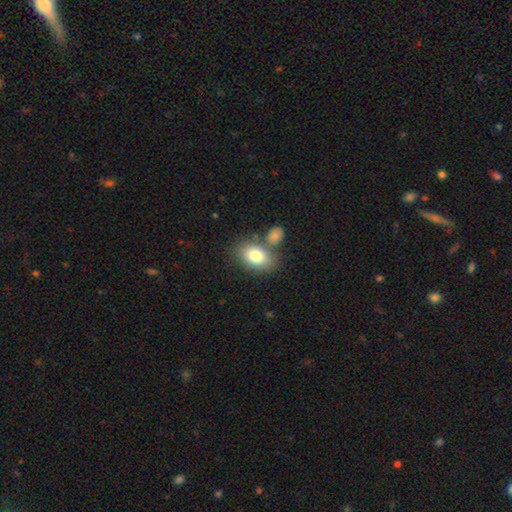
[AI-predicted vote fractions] smooth-or-featured: smooth: 81% | featured or disk: 12% | star or artifact: 7%
  how-rounded: in between: 86% | round: 13% | cigar-shaped: 1%
  merging: none: 62% | merger: 22% | minor disturbance: 12% | major disturbance: 4%